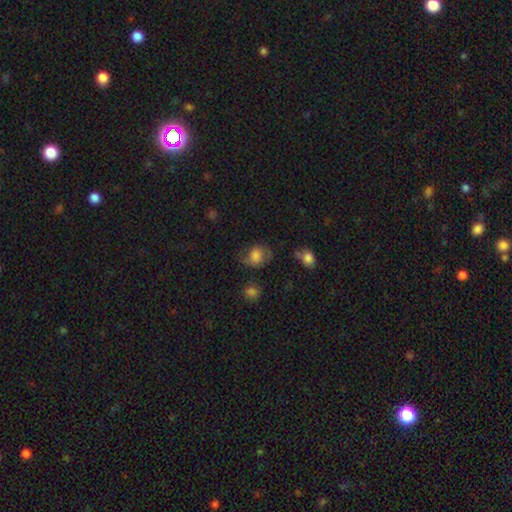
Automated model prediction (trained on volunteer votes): This appears to be a smooth galaxy with no disk features (72%) that is round (55%). Merging: none (48%).